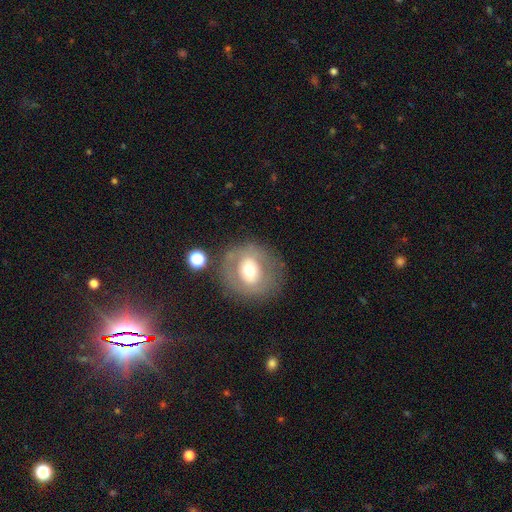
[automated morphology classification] The model was most divided on "smooth or featured": featured or disk: 43%, smooth: 29%, star or artifact: 28%. More confident: merging — none (80%).